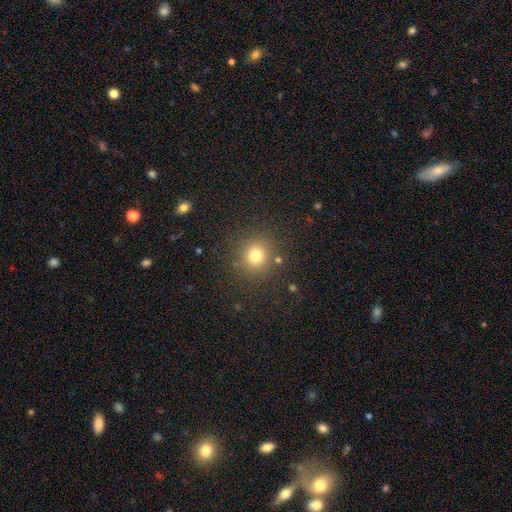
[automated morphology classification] A smooth galaxy with no disk features (76%) that is round (91%). Merging: none (87%).